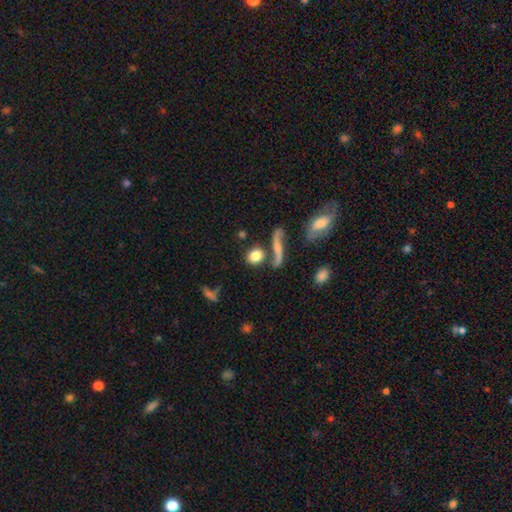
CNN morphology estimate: Smooth or featured?
  - smooth: 77% *
  - featured or disk: 15%
  - star or artifact: 9%
How rounded?
  - round: 64% *
  - in between: 30%
  - cigar-shaped: 6%
Merging?
  - none: 62% *
  - merger: 17%
  - minor disturbance: 13%
  - major disturbance: 7%